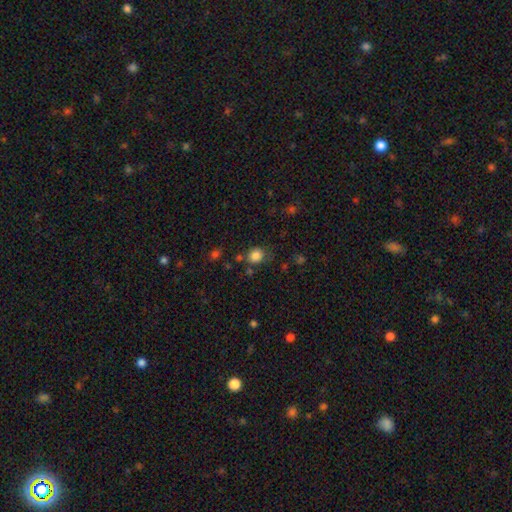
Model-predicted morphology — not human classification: Smooth or featured?
  - smooth: 84% *
  - star or artifact: 12%
  - featured or disk: 5%
How rounded?
  - round: 79% *
  - in between: 21%
  - cigar-shaped: 1%
Merging?
  - none: 70% *
  - minor disturbance: 17%
  - merger: 7%
  - major disturbance: 6%